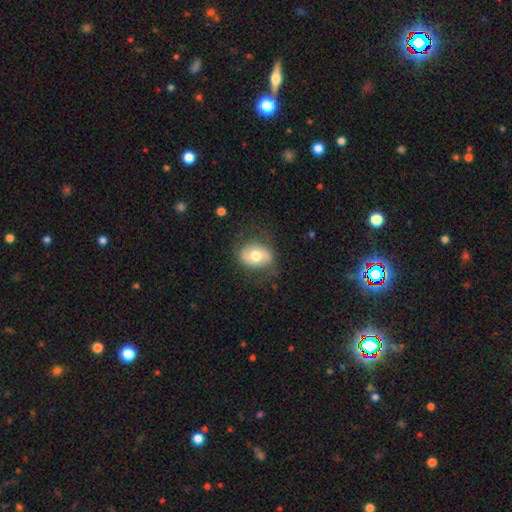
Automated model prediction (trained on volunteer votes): Smooth or featured?
  - smooth: 56% *
  - featured or disk: 37%
  - star or artifact: 7%
How rounded?
  - in between: 66% *
  - round: 33%
  - cigar-shaped: 1%
Merging?
  - none: 73% *
  - minor disturbance: 18%
  - major disturbance: 8%
  - merger: 1%